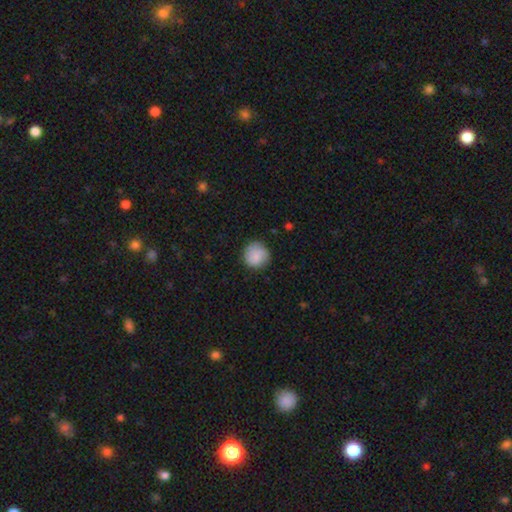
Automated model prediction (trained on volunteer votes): A smooth galaxy with no disk features (85%) that is round (93%). Merging: none (83%).